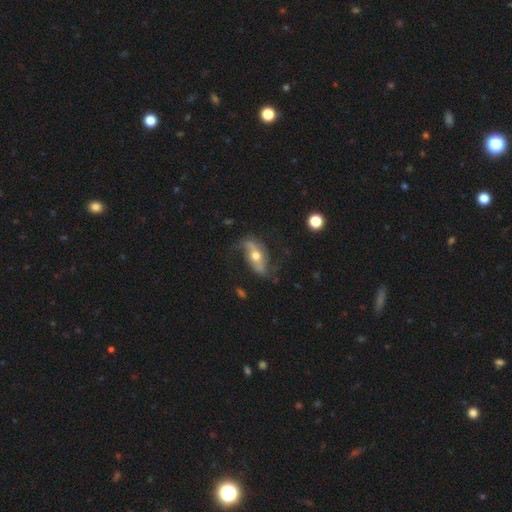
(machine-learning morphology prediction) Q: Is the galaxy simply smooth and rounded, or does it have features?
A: featured or disk — 76%.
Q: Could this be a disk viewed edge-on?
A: no — 86%.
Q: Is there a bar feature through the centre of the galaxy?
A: strong — 39%.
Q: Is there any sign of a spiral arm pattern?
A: yes — 88%.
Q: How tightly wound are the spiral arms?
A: loose — 72%.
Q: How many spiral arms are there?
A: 2 — 88%.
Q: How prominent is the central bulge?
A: moderate — 71%.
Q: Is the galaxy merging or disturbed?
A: none — 64%.